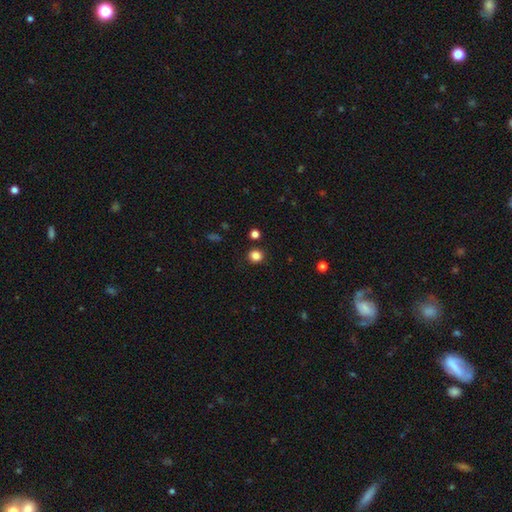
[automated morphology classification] The model was most divided on "smooth or featured": smooth: 83%, star or artifact: 13%, featured or disk: 4%. More confident: how rounded — round (90%); merging — none (90%).